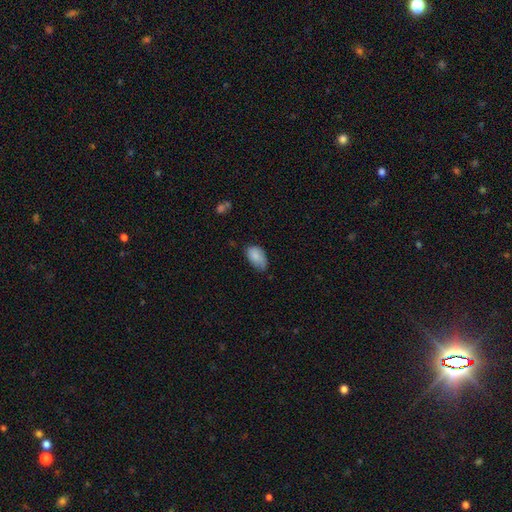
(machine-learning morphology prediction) Q: Smooth or featured?
A: smooth (83%); runner-up: featured or disk (10%)
Q: How rounded?
A: in between (92%); runner-up: round (6%)
Q: Merging?
A: none (51%); runner-up: minor disturbance (39%)